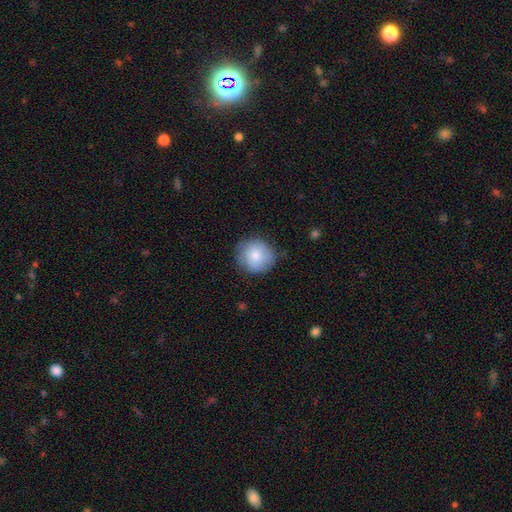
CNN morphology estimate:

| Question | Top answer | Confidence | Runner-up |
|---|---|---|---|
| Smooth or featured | smooth | 77% | featured or disk (16%) |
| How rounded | round | 91% | in between (8%) |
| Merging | none | 75% | minor disturbance (19%) |